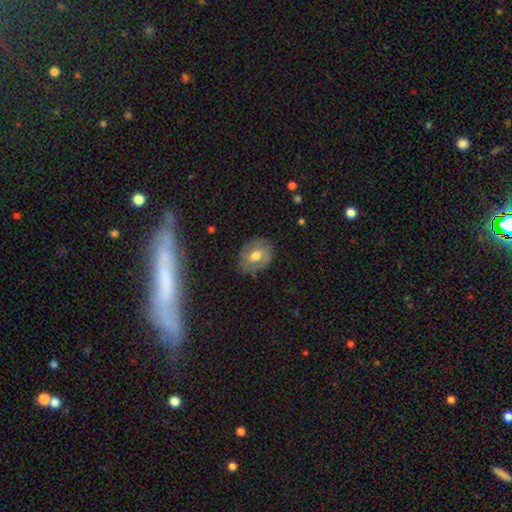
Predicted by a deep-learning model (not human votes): Morphology: type=smooth (53%); roundness=in between (53%); merging=none (77%).